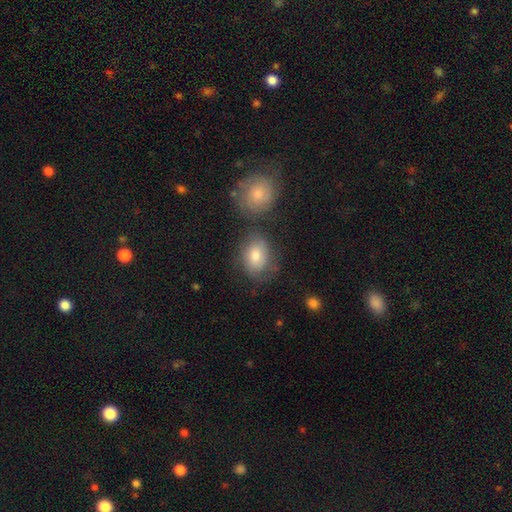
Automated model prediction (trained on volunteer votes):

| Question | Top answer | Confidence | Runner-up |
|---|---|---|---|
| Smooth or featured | smooth | 70% | featured or disk (22%) |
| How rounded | in between | 63% | round (36%) |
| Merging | none | 59% | minor disturbance (19%) |